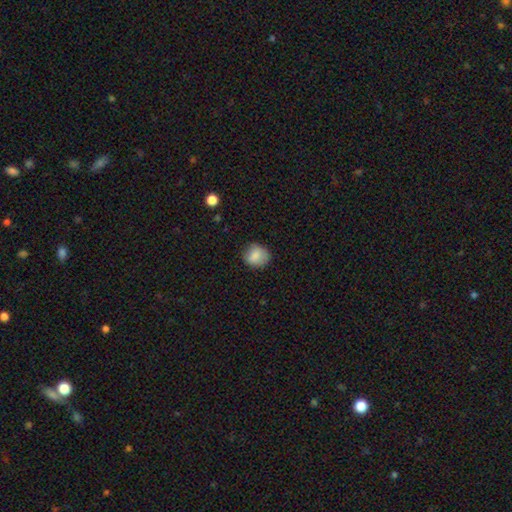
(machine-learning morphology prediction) Smooth or featured? Predicted: smooth (p=0.84). How rounded? Predicted: round (p=0.78). Merging? Predicted: none (p=0.81).